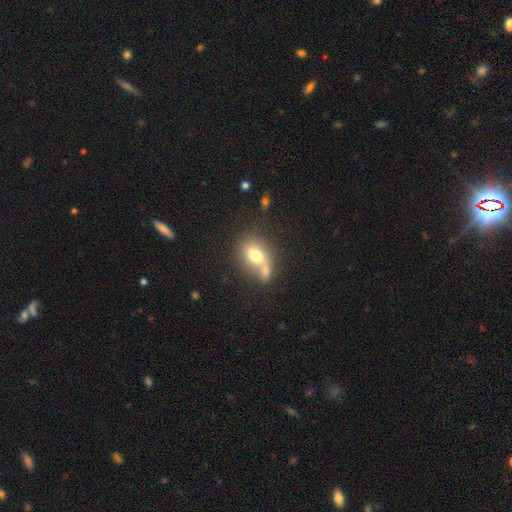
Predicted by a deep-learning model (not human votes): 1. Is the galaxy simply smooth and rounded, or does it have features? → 73% smooth, 18% featured or disk, 9% star or artifact.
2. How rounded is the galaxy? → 67% in between, 30% round, 3% cigar-shaped.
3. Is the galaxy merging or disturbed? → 46% merger, 33% none, 13% minor disturbance, 8% major disturbance.